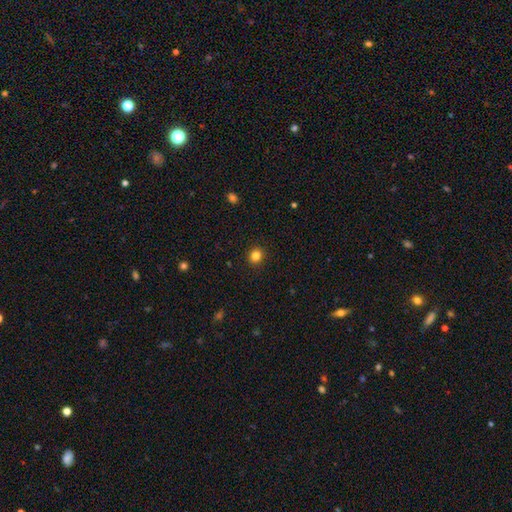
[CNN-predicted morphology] Smooth or featured? Predicted: smooth (p=0.83). How rounded? Predicted: round (p=0.83). Merging? Predicted: none (p=0.92).